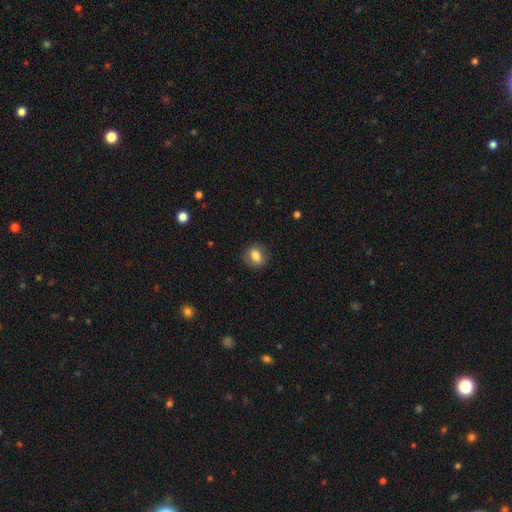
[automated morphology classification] This is clearly a smooth galaxy (83%). How rounded: possibly in between (58%). Merging: clearly none (83%).